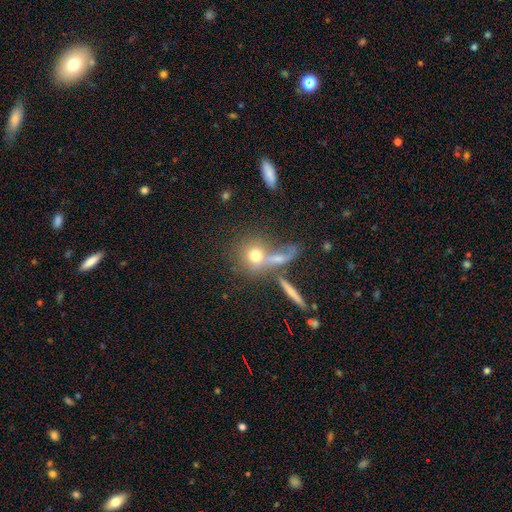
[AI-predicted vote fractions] Smooth or featured?
  - smooth: 66% *
  - featured or disk: 21%
  - star or artifact: 14%
How rounded?
  - round: 80% *
  - in between: 16%
  - cigar-shaped: 4%
Merging?
  - none: 45% *
  - merger: 35%
  - minor disturbance: 10%
  - major disturbance: 10%